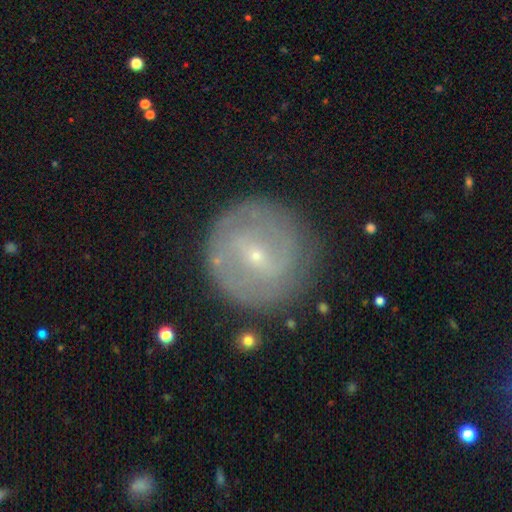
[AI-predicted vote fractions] This is likely a featured or disk galaxy (72%). It is clearly not viewed edge-on (96%). Bar: possibly weak (47%). Spiral arm pattern: likely yes (72%). Spiral arm count: possibly 2 (56%). Spiral winding: possibly tight (50%). Central bulge: clearly small (85%). Merging: clearly none (83%).